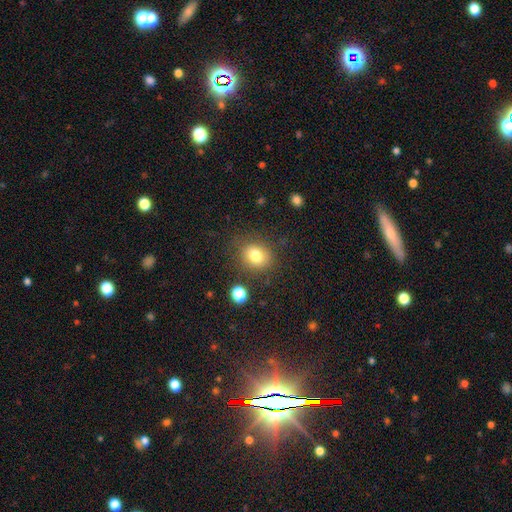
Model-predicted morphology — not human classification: A smooth galaxy with no disk features (79%) that is round (61%). Merging: none (79%).